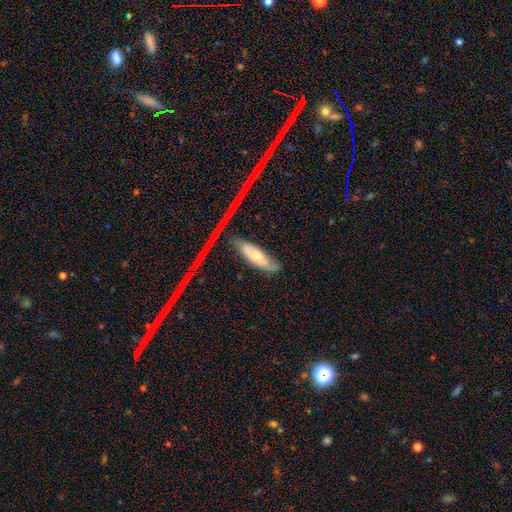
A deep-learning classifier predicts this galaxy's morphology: A smooth galaxy with no disk features (52%) that is cigar-shaped (53%). Merging: none (63%).